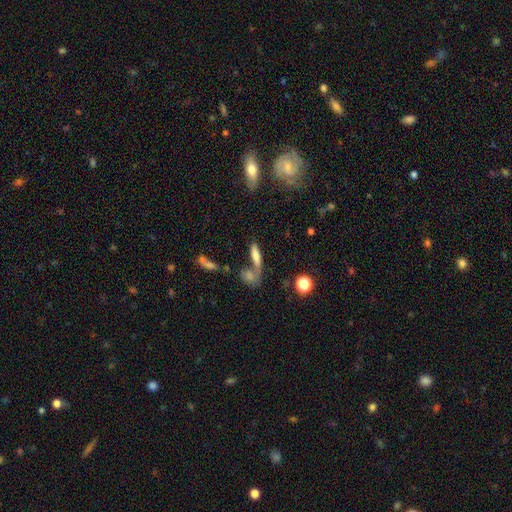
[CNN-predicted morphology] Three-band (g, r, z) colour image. It shows a smooth galaxy with no disk features (64%) that is cigar-shaped (61%). Merging: merger (41%).